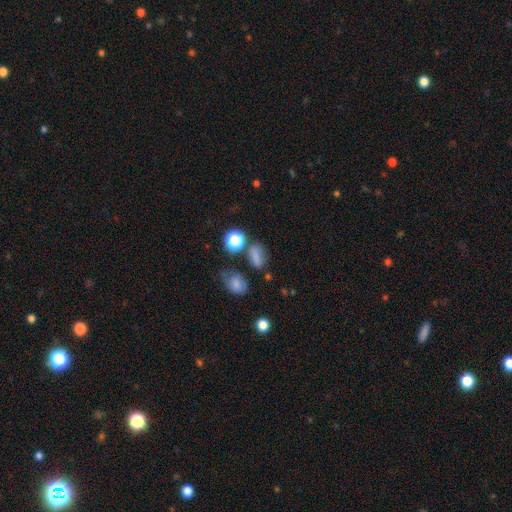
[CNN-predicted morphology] Q: Smooth or featured?
A: smooth (74%); runner-up: star or artifact (19%)
Q: How rounded?
A: in between (72%); runner-up: round (24%)
Q: Merging?
A: none (62%); runner-up: minor disturbance (20%)